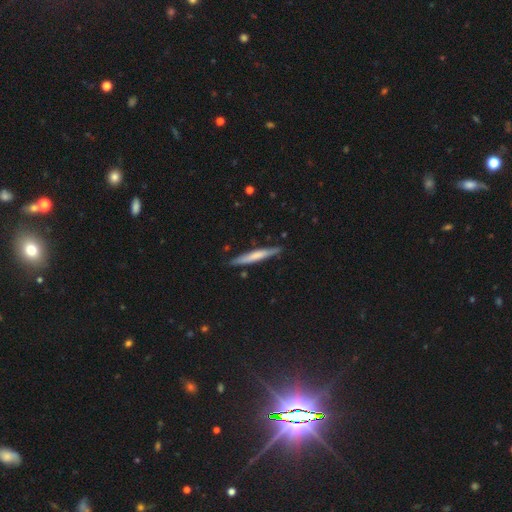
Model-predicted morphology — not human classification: A smooth galaxy with no disk features (58%) that is cigar-shaped (95%). Merging: none (86%).